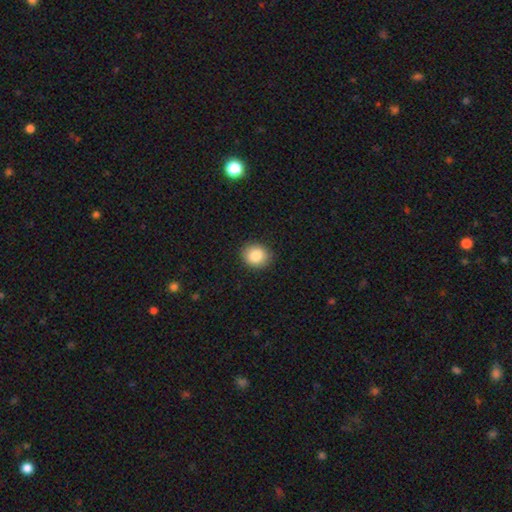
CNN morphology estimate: A smooth galaxy with no disk features (85%) that is round (76%). Merging: none (90%).